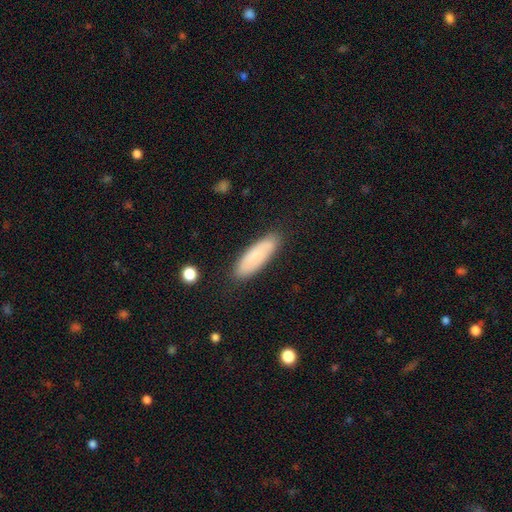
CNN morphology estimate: smooth_or_featured: smooth (p=0.78) [alt: featured or disk p=0.15]
how_rounded: in between (p=0.54) [alt: cigar-shaped p=0.45]
merging: none (p=0.82) [alt: minor disturbance p=0.13]